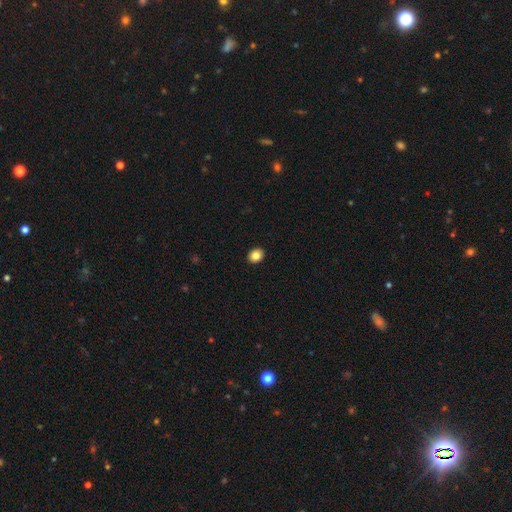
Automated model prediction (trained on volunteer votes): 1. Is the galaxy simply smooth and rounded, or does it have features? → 85% smooth, 9% star or artifact, 6% featured or disk.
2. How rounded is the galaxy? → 56% round, 43% in between, 1% cigar-shaped.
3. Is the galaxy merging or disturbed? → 92% none, 6% minor disturbance, 1% major disturbance, 1% merger.